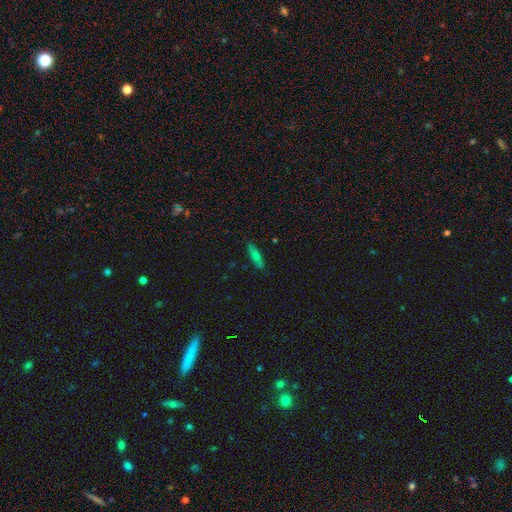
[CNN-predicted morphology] smooth-or-featured: smooth: 65% | featured or disk: 24% | star or artifact: 11%
  how-rounded: cigar-shaped: 67% | in between: 31% | round: 3%
  merging: none: 85% | minor disturbance: 11% | major disturbance: 2% | merger: 1%